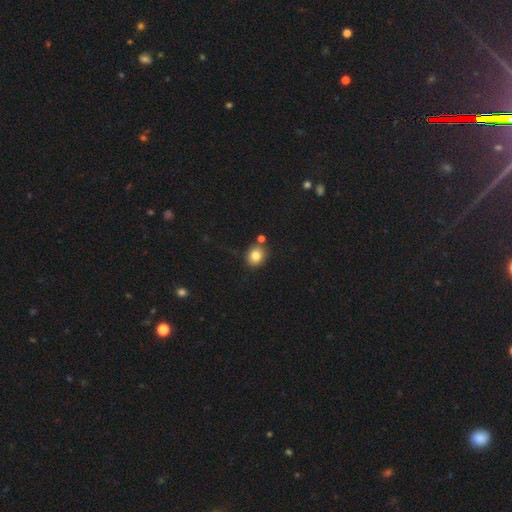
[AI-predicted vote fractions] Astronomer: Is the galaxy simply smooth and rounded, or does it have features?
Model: smooth — 81%.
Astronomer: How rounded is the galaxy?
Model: round — 73%.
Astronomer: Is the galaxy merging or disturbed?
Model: none — 78%.